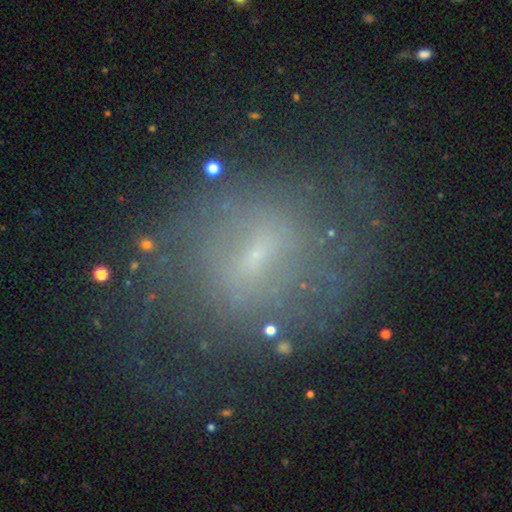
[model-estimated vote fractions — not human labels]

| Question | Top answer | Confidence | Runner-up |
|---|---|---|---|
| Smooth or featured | featured or disk | 60% | smooth (23%) |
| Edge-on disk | no | 94% | yes (6%) |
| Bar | weak | 53% | no (26%) |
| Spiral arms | yes | 65% | no (35%) |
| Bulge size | small | 68% | moderate (18%) |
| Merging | none | 65% | minor disturbance (18%) |